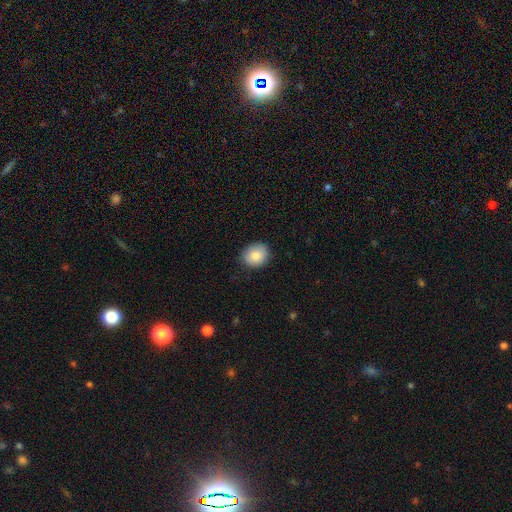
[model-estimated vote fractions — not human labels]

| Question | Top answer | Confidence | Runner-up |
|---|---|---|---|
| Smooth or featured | smooth | 85% | star or artifact (8%) |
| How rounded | round | 64% | in between (35%) |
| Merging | none | 86% | minor disturbance (11%) |